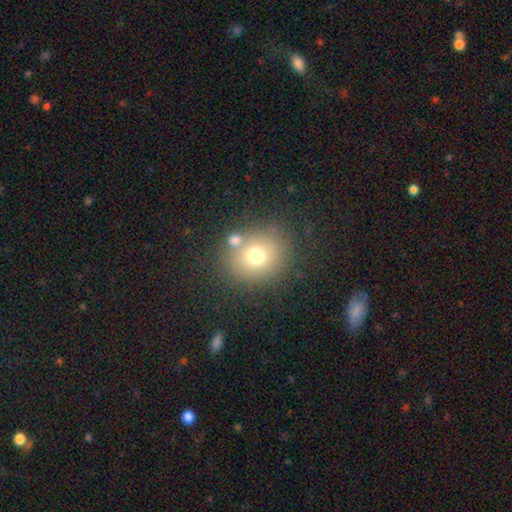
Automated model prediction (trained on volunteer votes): Morphology: type=smooth (71%); roundness=round (80%); merging=none (71%).